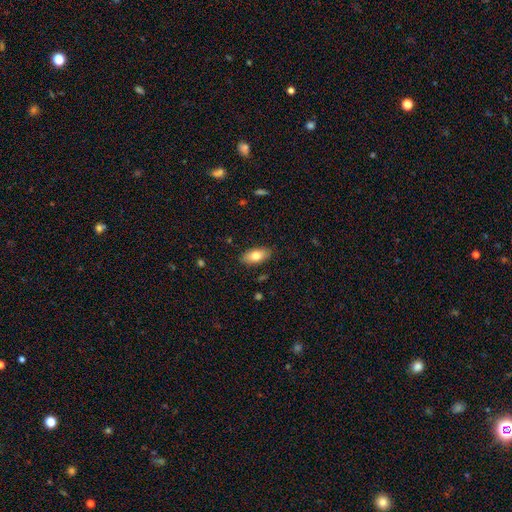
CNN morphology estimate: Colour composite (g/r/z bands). It shows a smooth galaxy with no disk features (77%) that is in between round and cigar-shaped (89%). Merging: none (88%).